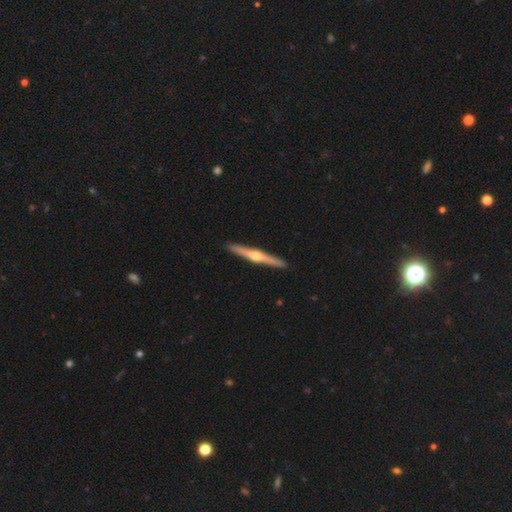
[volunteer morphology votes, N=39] A featured or disk galaxy (90%) viewed edge-on (100%) with a rounded central bulge (100%). Merging: none (95%).